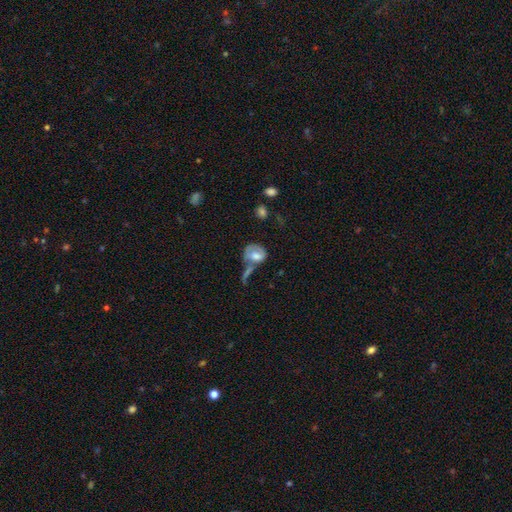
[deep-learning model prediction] This is possibly a smooth galaxy (56%). How rounded: possibly in between (54%). Merging: marginally merger (28%).